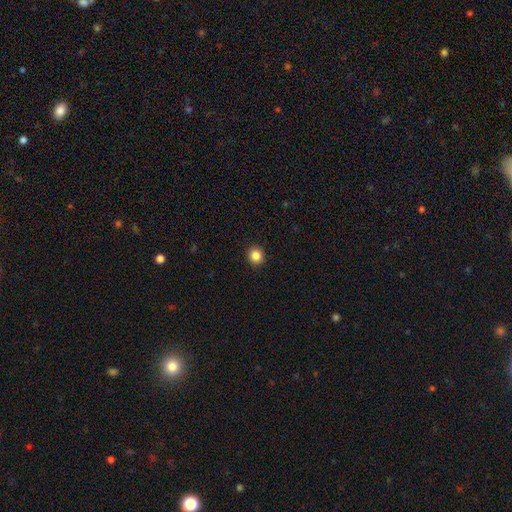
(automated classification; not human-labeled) smooth 85%, star or artifact 11%, featured or disk 4%. Down the decision tree: how rounded — round (89%); merging — none (92%).